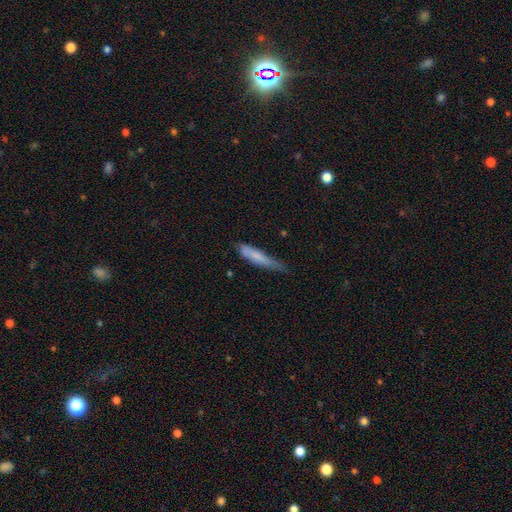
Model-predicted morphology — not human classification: smooth_or_featured: smooth (p=0.69) [alt: featured or disk p=0.24]
how_rounded: cigar-shaped (p=0.85) [alt: in between p=0.13]
merging: none (p=0.44) [alt: minor disturbance p=0.39]